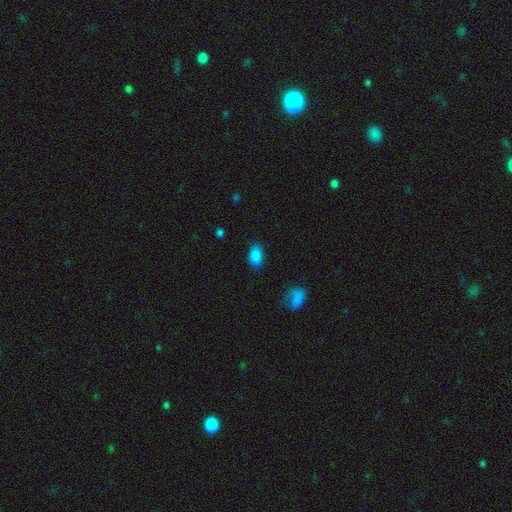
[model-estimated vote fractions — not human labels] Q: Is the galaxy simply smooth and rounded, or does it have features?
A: smooth — 87%.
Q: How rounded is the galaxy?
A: in between — 92%.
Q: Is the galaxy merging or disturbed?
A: none — 83%.